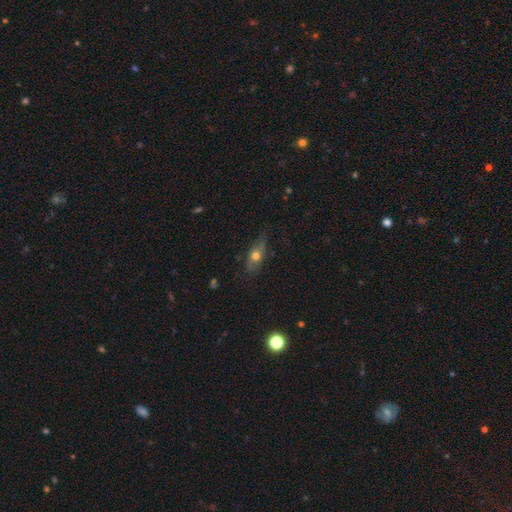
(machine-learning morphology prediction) type=smooth (55%); roundness=in between (65%); merging=none (67%).